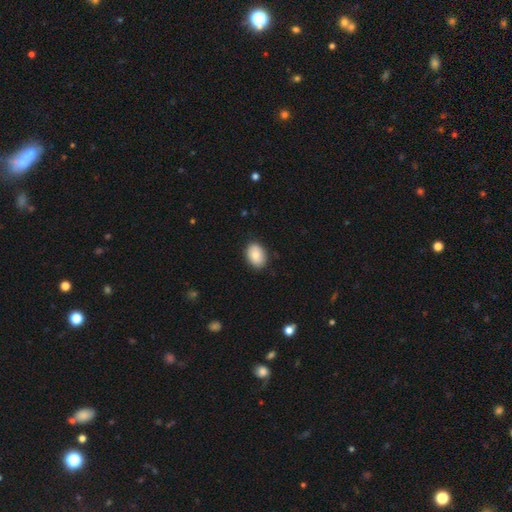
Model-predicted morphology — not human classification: A smooth galaxy with no disk features (82%) that is in between round and cigar-shaped (77%). Merging: none (86%).